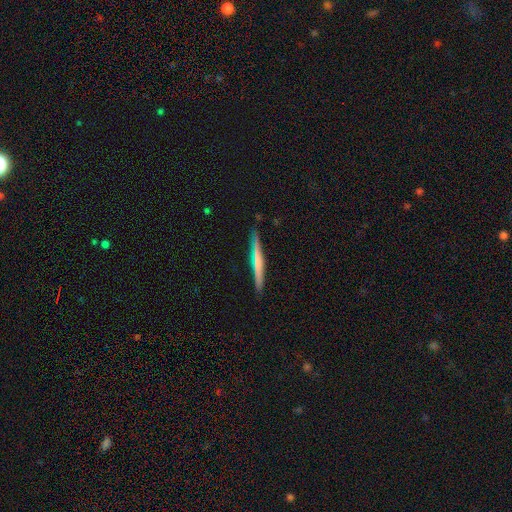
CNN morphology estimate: smooth_or_featured: featured or disk (p=0.61) [alt: smooth p=0.31]
disk_edge_on: yes (p=0.96) [alt: no p=0.04]
edge_on_bulge: rounded (p=0.52) [alt: none p=0.39]
merging: none (p=0.89) [alt: minor disturbance p=0.08]